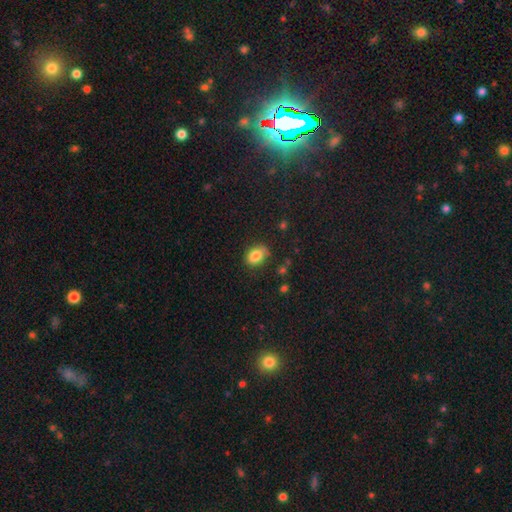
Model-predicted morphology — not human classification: A smooth galaxy with no disk features (83%) that is in between round and cigar-shaped (77%).

Vote fractions:
- Smooth or featured? smooth: 83% / star or artifact: 9% / featured or disk: 8%
- How rounded? in between: 77% / round: 22% / cigar-shaped: 1%
- Merging? none: 69% / minor disturbance: 23% / major disturbance: 5% / merger: 2%